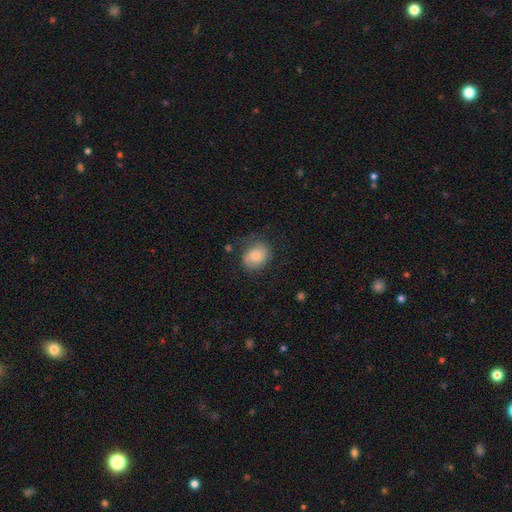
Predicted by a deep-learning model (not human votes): smooth-or-featured: smooth: 68% | featured or disk: 24% | star or artifact: 8%
  how-rounded: in between: 53% | round: 46% | cigar-shaped: 1%
  merging: none: 61% | minor disturbance: 25% | major disturbance: 12% | merger: 2%